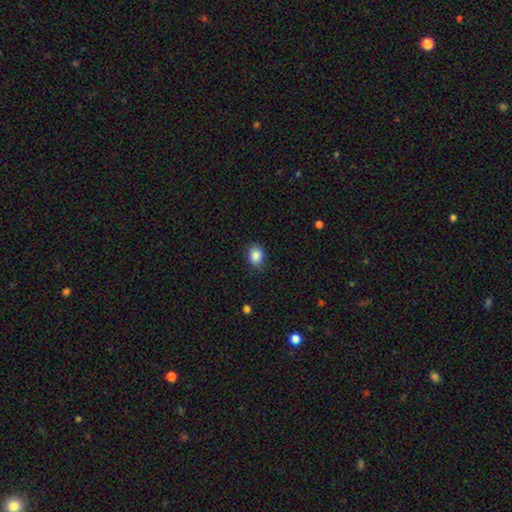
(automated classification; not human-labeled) A smooth galaxy with no disk features (87%) that is in between round and cigar-shaped (52%). Merging: none (82%).